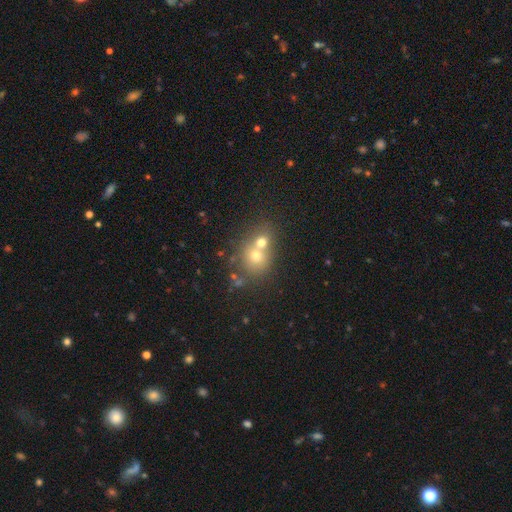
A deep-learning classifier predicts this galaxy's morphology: Smooth or featured? Predicted: smooth (p=0.58). How rounded? Predicted: round (p=0.72). Merging? Predicted: merger (p=0.54).